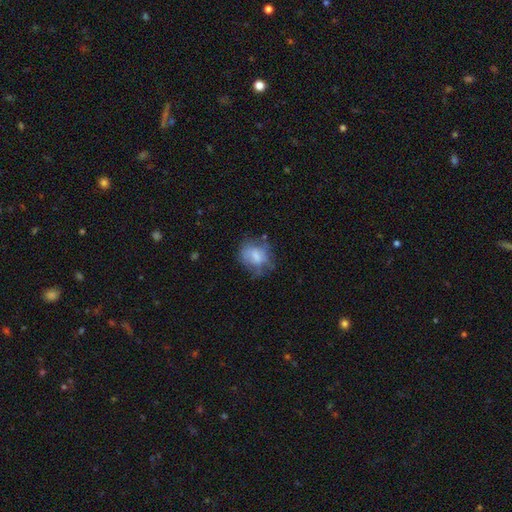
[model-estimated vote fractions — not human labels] smooth-or-featured: smooth: 62% | featured or disk: 29% | star or artifact: 10%
  how-rounded: round: 55% | in between: 44% | cigar-shaped: 1%
  merging: none: 49% | minor disturbance: 29% | major disturbance: 19% | merger: 4%